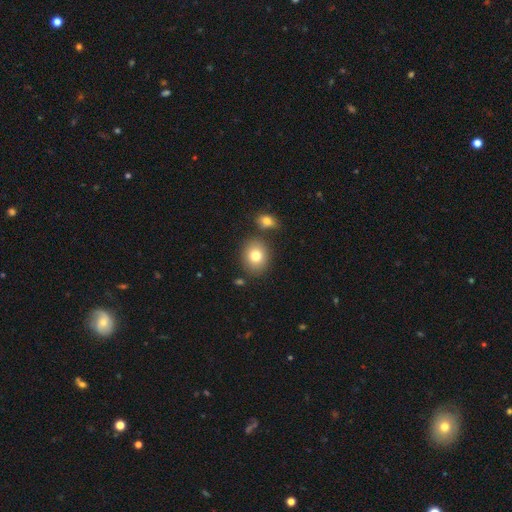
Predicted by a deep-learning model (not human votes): Smooth or featured? Predicted: smooth (p=0.79). How rounded? Predicted: round (p=0.61). Merging? Predicted: none (p=0.76).